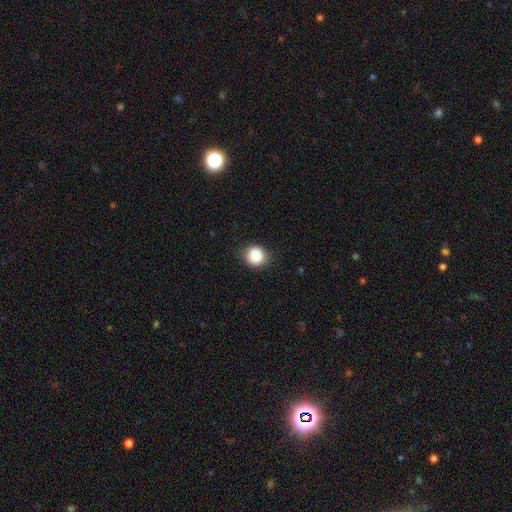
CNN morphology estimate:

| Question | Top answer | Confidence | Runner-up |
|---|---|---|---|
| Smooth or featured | smooth | 86% | star or artifact (9%) |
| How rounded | round | 87% | in between (12%) |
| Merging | none | 83% | minor disturbance (13%) |